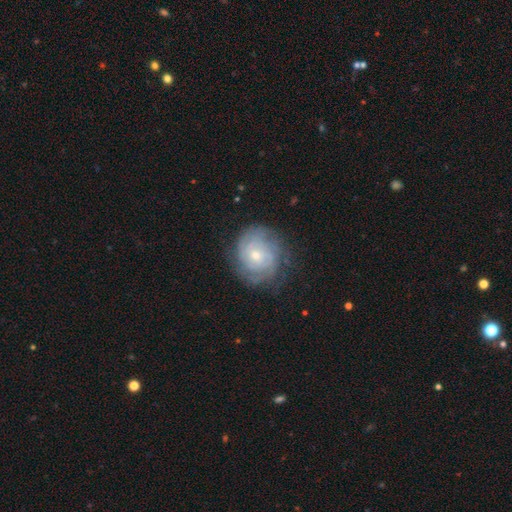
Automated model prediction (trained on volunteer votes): This appears to be a featured or disk galaxy (75%) with no bar (71%), tight (74%) spiral arms (93%) and a small central bulge (58%). Merging: none (77%).